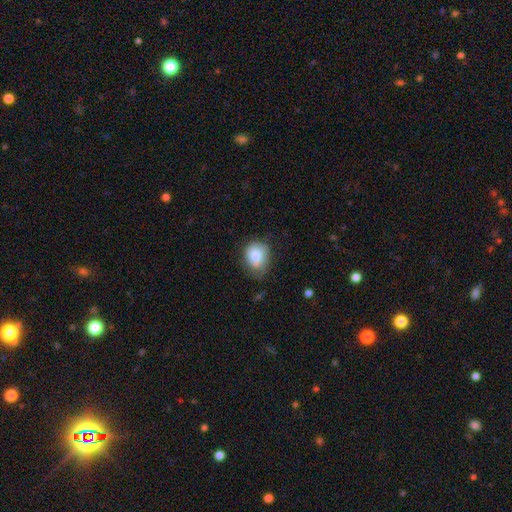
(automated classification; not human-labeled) Smooth or featured: smooth — 79% (featured or disk — 13%)
How rounded: round — 50% (in between — 49%)
Merging: none — 56% (minor disturbance — 33%)